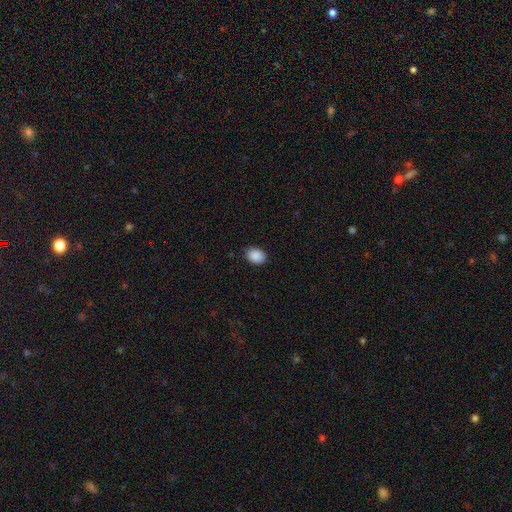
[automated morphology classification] Smooth or featured? Predicted: smooth (p=0.90). How rounded? Predicted: in between (p=0.68). Merging? Predicted: none (p=0.89).